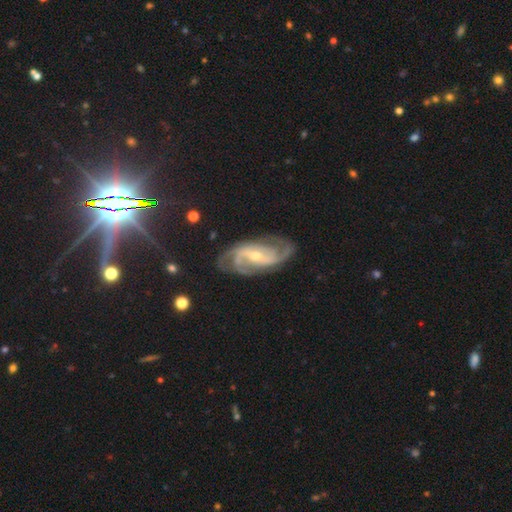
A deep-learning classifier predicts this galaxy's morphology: featured or disk 89%, star or artifact 6%, smooth 5%. Down the decision tree: edge-on disk — no (96%); bar — weak (42%); spiral arms — yes (97%); spiral arm count — 2 (47%); spiral winding — medium (48%); bulge size — small (55%); merging — none (73%).